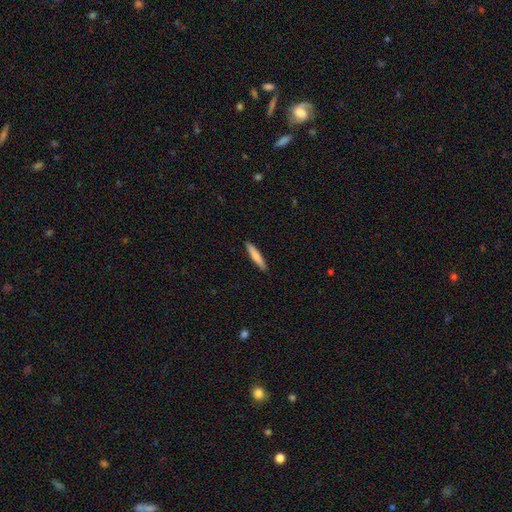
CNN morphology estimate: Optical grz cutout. It shows a smooth galaxy with no disk features (75%) that is cigar-shaped (91%). Merging: none (91%).